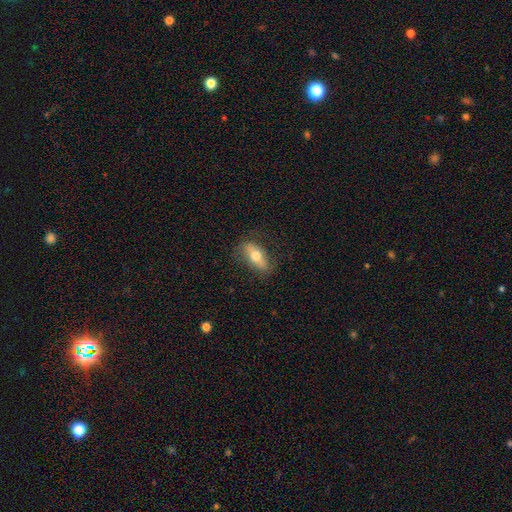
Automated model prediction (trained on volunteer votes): Smooth or featured? smooth (56%)
How rounded? in between (74%)
Merging? none (80%)